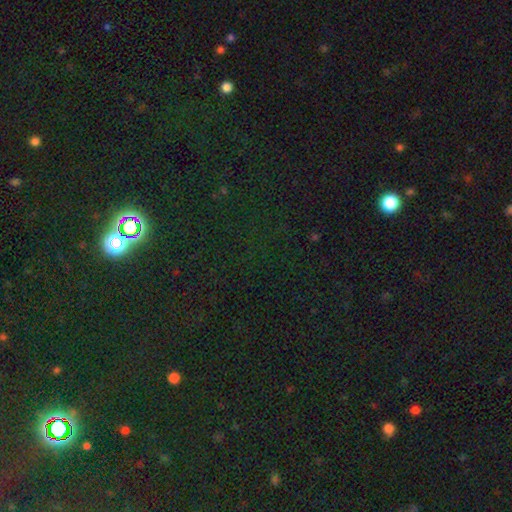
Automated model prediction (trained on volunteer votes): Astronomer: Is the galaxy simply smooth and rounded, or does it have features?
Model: star or artifact — 77%.